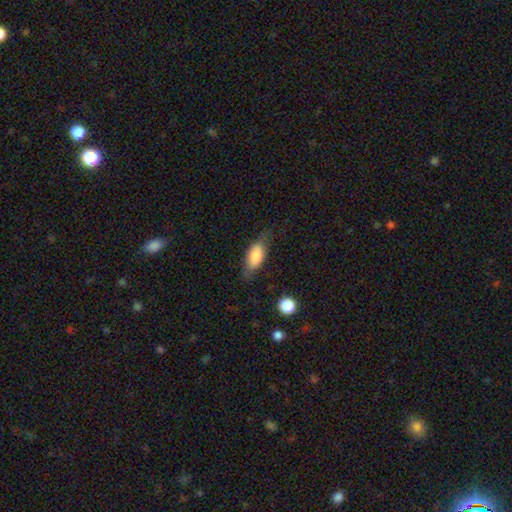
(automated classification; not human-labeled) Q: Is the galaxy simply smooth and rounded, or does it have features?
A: smooth — 80%.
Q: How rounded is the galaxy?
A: in between — 84%.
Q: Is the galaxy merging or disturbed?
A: none — 66%.